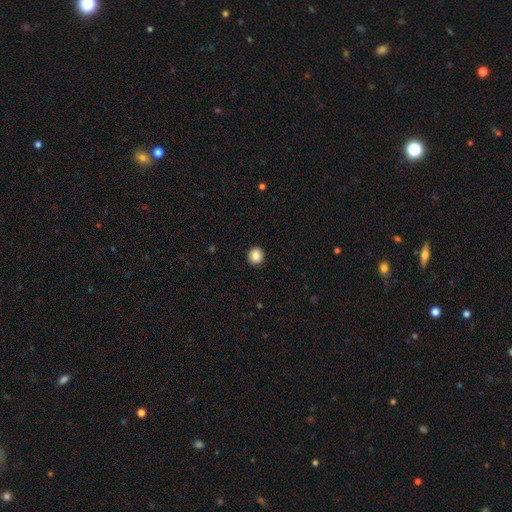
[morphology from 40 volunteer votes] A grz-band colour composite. It shows a smooth galaxy with no disk features (92%) that is round (95%). Merging: none (87%).